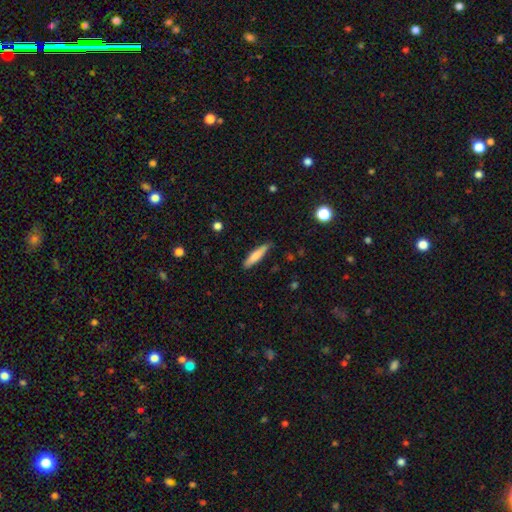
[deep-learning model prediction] Smooth or featured? smooth (76%)
How rounded? cigar-shaped (84%)
Merging? none (85%)